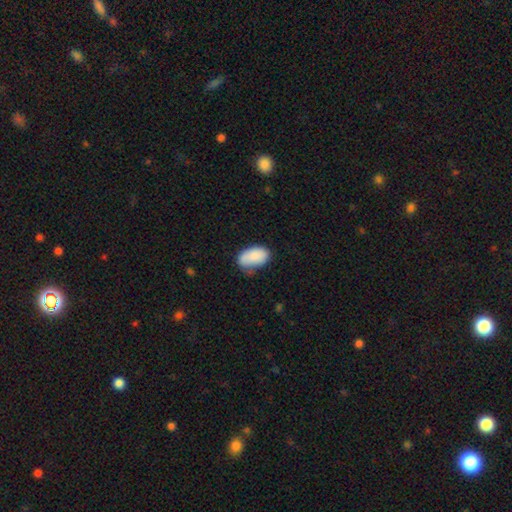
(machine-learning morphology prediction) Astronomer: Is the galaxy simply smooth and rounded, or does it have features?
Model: smooth — 85%.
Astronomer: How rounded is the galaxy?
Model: in between — 93%.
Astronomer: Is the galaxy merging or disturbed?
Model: none — 59%.